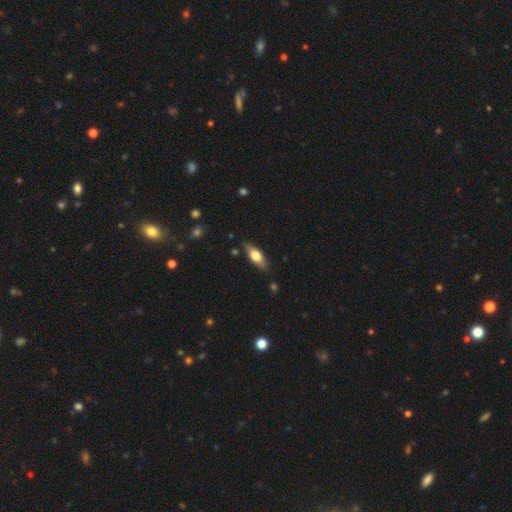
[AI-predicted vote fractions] A smooth galaxy with no disk features (55%) that is in between round and cigar-shaped (62%).

Vote fractions:
- Smooth or featured? smooth: 55% / featured or disk: 39% / star or artifact: 6%
- How rounded? in between: 62% / cigar-shaped: 35% / round: 3%
- Merging? none: 84% / minor disturbance: 12% / major disturbance: 2% / merger: 2%